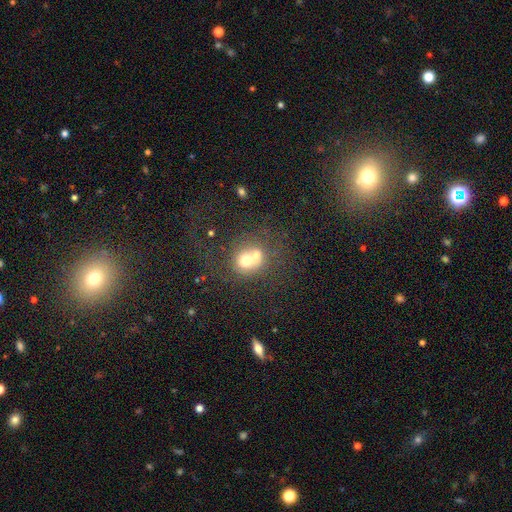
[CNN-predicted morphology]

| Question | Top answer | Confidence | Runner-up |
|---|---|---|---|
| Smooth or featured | smooth | 60% | featured or disk (27%) |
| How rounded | round | 77% | in between (22%) |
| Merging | merger | 64% | none (25%) |